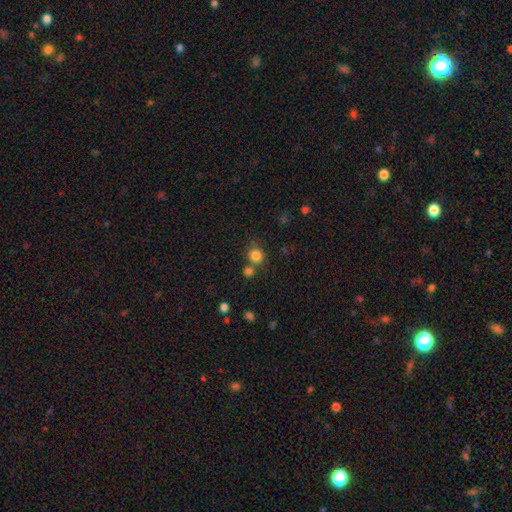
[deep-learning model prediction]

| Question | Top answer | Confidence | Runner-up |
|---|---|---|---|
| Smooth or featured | smooth | 82% | star or artifact (13%) |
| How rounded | round | 90% | in between (9%) |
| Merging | none | 66% | merger (22%) |